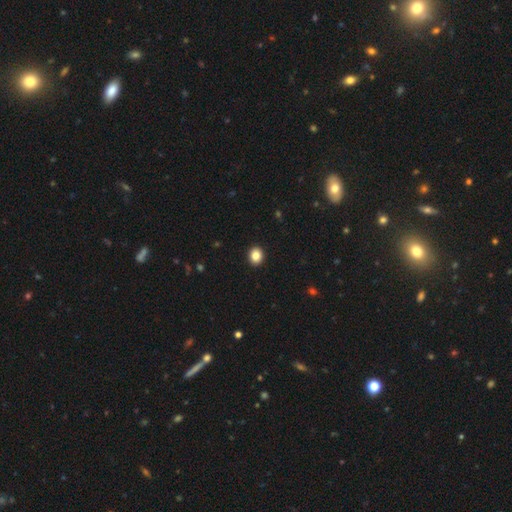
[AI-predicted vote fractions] A smooth galaxy with no disk features (85%) that is round (63%).

Vote fractions:
- Smooth or featured? smooth: 85% / star or artifact: 9% / featured or disk: 5%
- How rounded? round: 63% / in between: 36% / cigar-shaped: 1%
- Merging? none: 93% / minor disturbance: 5% / major disturbance: 1% / merger: 1%